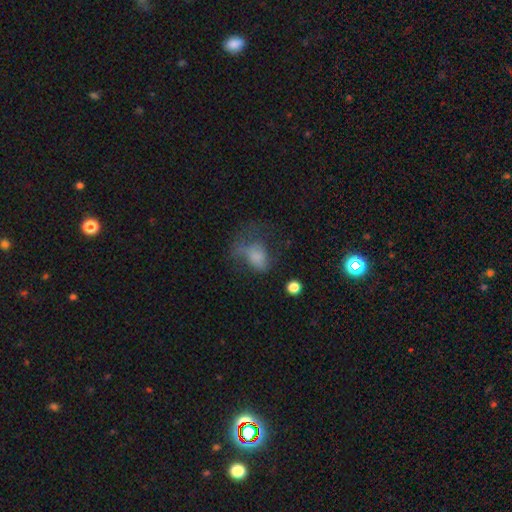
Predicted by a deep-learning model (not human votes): The model was most divided on "merging": major disturbance: 53%, none: 22%, minor disturbance: 20%, merger: 5%. More confident: how rounded — in between (73%); smooth or featured — smooth (61%).